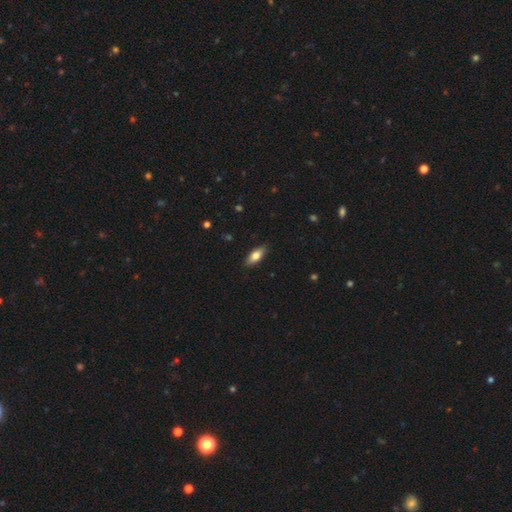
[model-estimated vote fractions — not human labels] Q: Smooth or featured?
A: smooth (73%); runner-up: featured or disk (20%)
Q: How rounded?
A: in between (77%); runner-up: cigar-shaped (20%)
Q: Merging?
A: none (88%); runner-up: minor disturbance (10%)